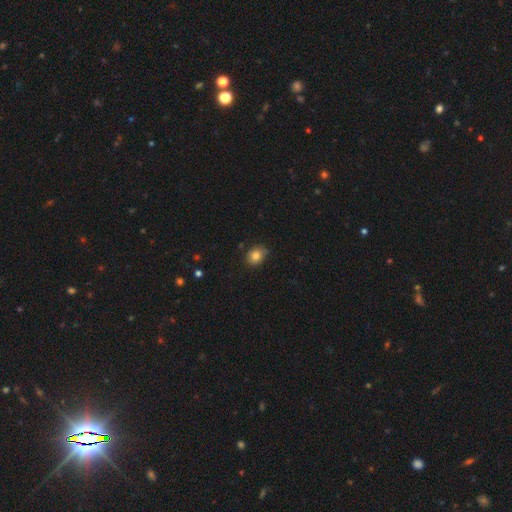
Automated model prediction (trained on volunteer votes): Smooth or featured: smooth — 83% (star or artifact — 10%)
How rounded: round — 56% (in between — 43%)
Merging: none — 75% (minor disturbance — 20%)